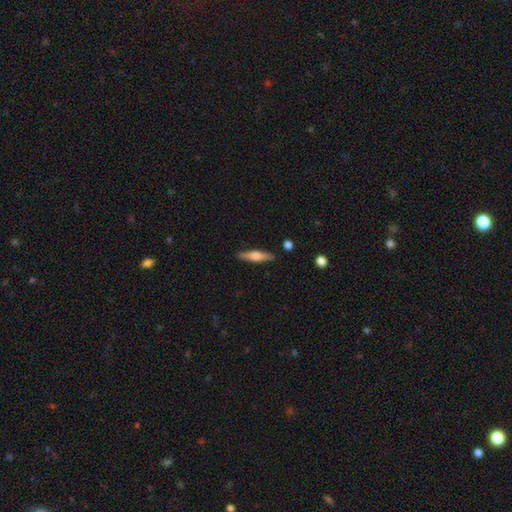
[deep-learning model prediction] featured or disk 56%, smooth 39%, star or artifact 6%. Down the decision tree: edge-on disk — yes (97%); edge-on bulge — rounded (86%); merging — none (88%).